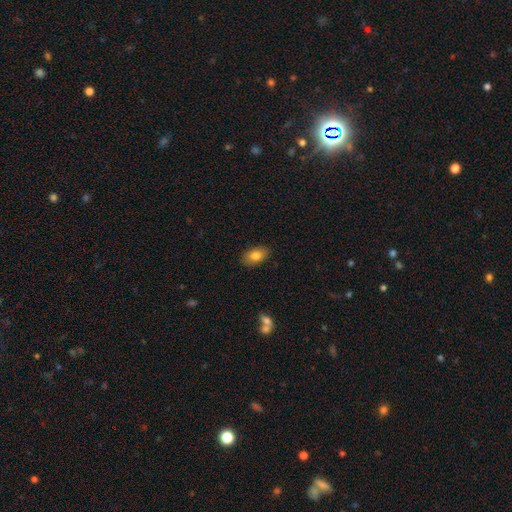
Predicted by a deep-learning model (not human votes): smooth 81%, featured or disk 11%, star or artifact 8%. Down the decision tree: how rounded — in between (90%); merging — none (87%).